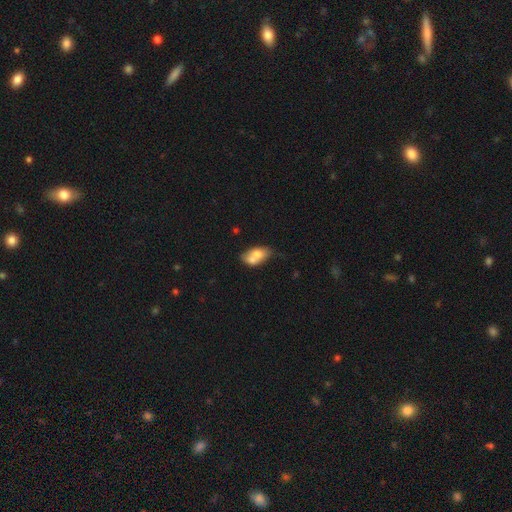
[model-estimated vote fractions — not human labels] A smooth galaxy with no disk features (67%) that is in between round and cigar-shaped (84%). Merging: merger (53%).